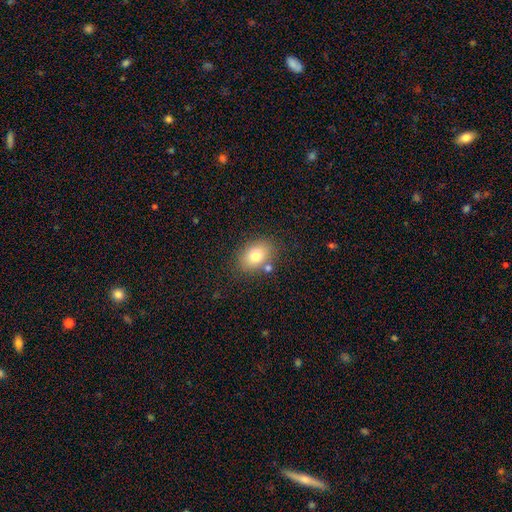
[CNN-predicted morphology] Smooth or featured?
  - smooth: 77% *
  - featured or disk: 13%
  - star or artifact: 10%
How rounded?
  - in between: 74% *
  - round: 25%
  - cigar-shaped: 1%
Merging?
  - none: 77% *
  - minor disturbance: 13%
  - merger: 7%
  - major disturbance: 4%